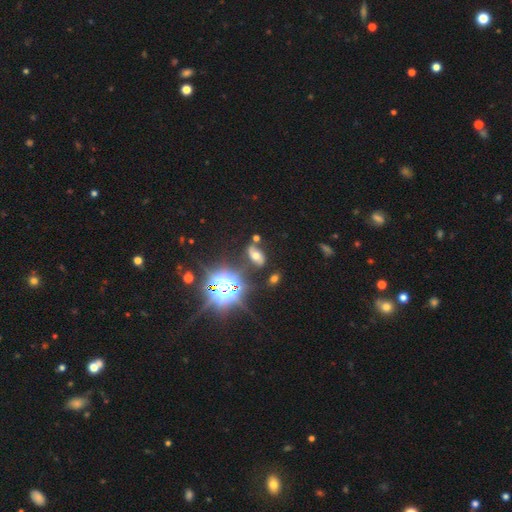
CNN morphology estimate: A star or artifact, not a galaxy (35%).